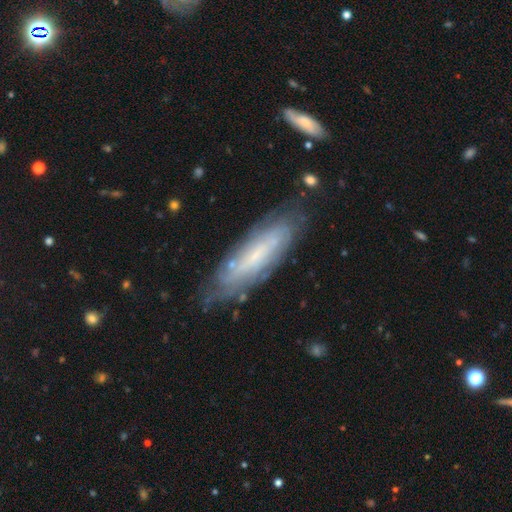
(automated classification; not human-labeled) Smooth or featured: featured or disk — 61% (smooth — 31%)
Edge-on disk: no — 67% (yes — 33%)
Merging: none — 73% (minor disturbance — 19%)